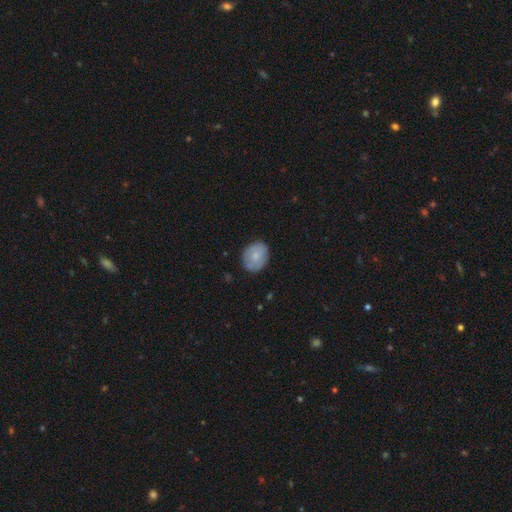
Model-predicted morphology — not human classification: Smooth or featured?
  - smooth: 68% *
  - featured or disk: 26%
  - star or artifact: 7%
How rounded?
  - in between: 54% *
  - round: 45%
  - cigar-shaped: 1%
Merging?
  - none: 80% *
  - minor disturbance: 15%
  - major disturbance: 3%
  - merger: 1%